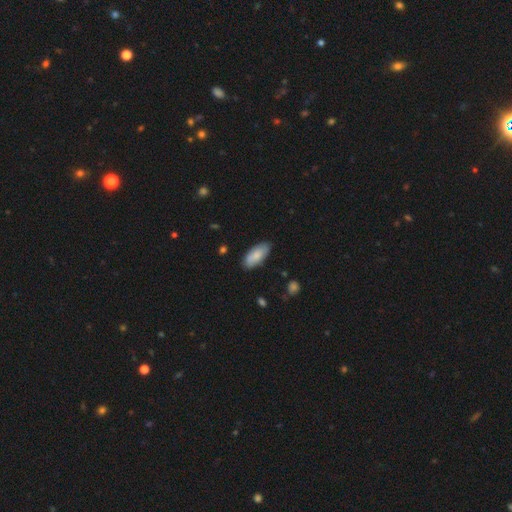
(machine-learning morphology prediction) type=smooth (81%); roundness=in between (86%); merging=none (83%).